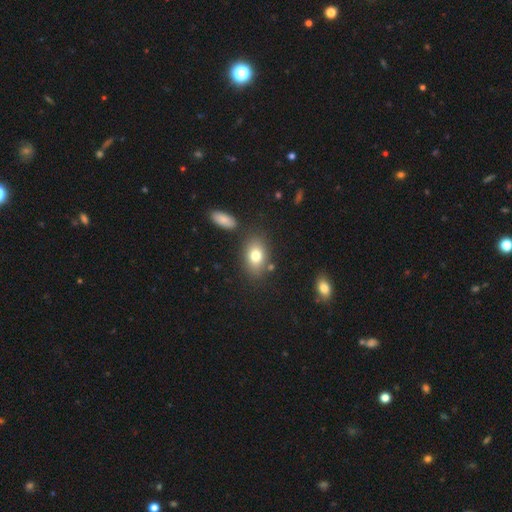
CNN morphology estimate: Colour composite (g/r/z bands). It shows a smooth galaxy with no disk features (78%) that is in between round and cigar-shaped (80%). Merging: none (76%).